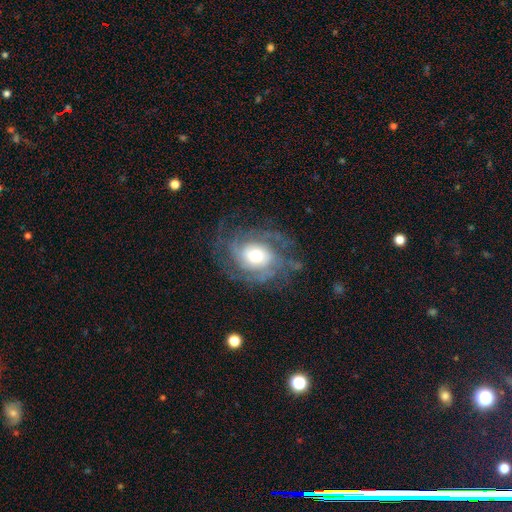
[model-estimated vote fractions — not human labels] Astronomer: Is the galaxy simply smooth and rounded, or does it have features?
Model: featured or disk — 80%.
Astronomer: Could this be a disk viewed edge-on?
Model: no — 97%.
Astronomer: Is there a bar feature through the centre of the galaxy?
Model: no — 71%.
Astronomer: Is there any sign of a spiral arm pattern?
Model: yes — 92%.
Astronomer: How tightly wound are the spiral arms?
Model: tight — 53% (runner-up: medium, 35%).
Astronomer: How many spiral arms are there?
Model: can't tell — 35% (runner-up: 3, 23%).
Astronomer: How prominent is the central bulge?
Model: moderate — 51% (runner-up: large, 34%).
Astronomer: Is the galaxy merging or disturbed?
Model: none — 67%.